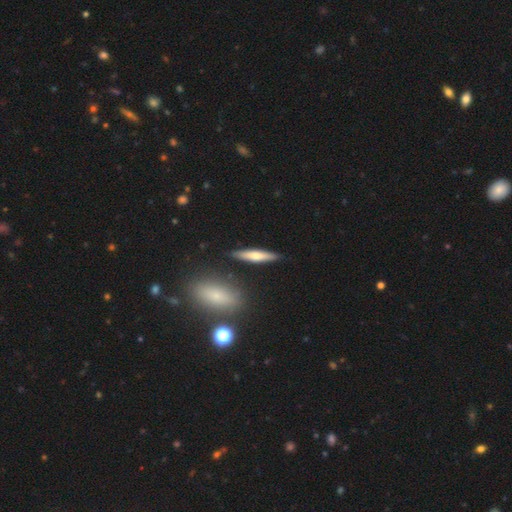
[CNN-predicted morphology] Smooth or featured? Predicted: smooth (p=0.56). How rounded? Predicted: cigar-shaped (p=0.83). Merging? Predicted: none (p=0.87).